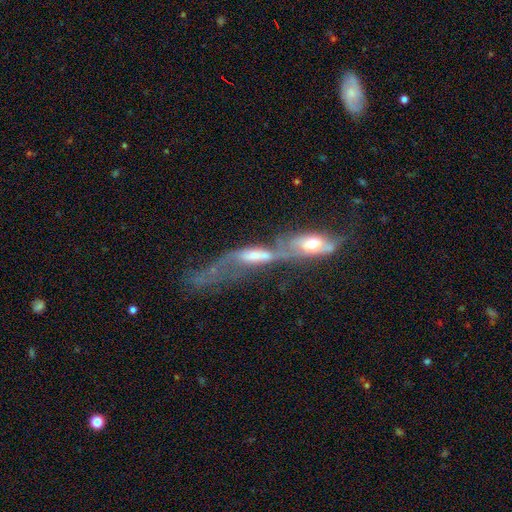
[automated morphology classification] The model was most divided on "smooth or featured": featured or disk: 58%, smooth: 32%, star or artifact: 9%. More confident: merging — merger (74%); edge-on disk — no (70%).